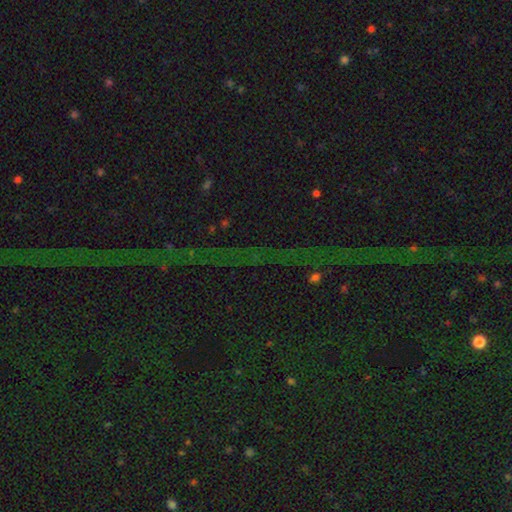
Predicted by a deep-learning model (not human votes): The model was most divided on "smooth or featured": star or artifact: 78%, featured or disk: 12%, smooth: 10%.